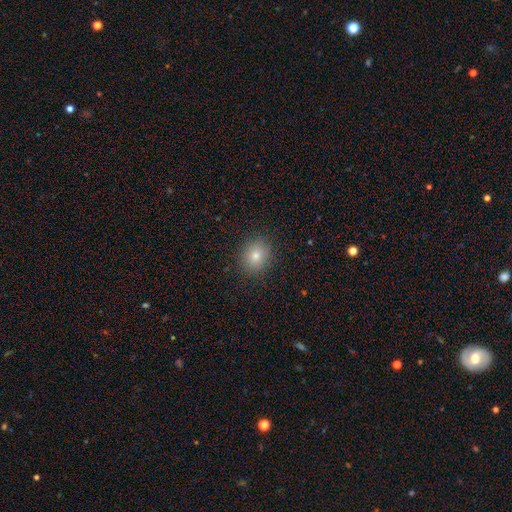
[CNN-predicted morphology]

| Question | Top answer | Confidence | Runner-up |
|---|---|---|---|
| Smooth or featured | smooth | 77% | star or artifact (13%) |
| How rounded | round | 68% | in between (31%) |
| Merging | none | 90% | minor disturbance (7%) |